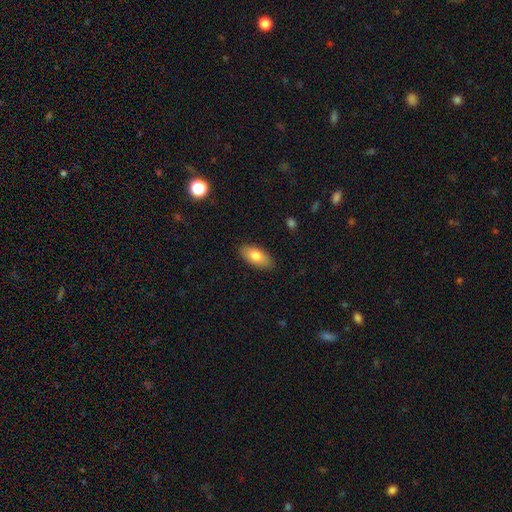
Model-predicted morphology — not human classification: smooth_or_featured: smooth (p=0.79) [alt: featured or disk p=0.15]
how_rounded: in between (p=0.91) [alt: cigar-shaped p=0.06]
merging: none (p=0.88) [alt: minor disturbance p=0.09]